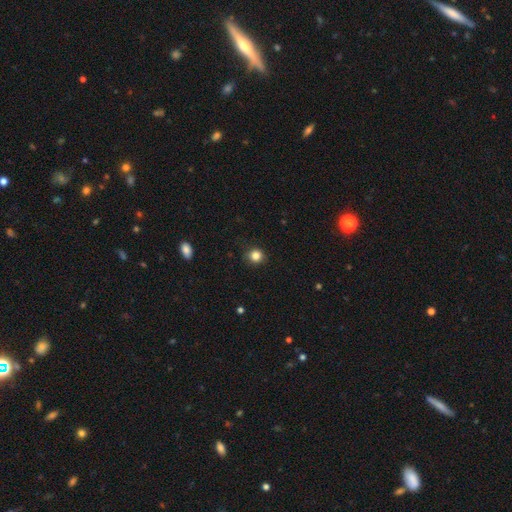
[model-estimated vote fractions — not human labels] A smooth galaxy with no disk features (83%) that is round (89%).

Vote fractions:
- Smooth or featured? smooth: 83% / star or artifact: 12% / featured or disk: 5%
- How rounded? round: 89% / in between: 10% / cigar-shaped: 1%
- Merging? none: 86% / minor disturbance: 11% / major disturbance: 2% / merger: 1%